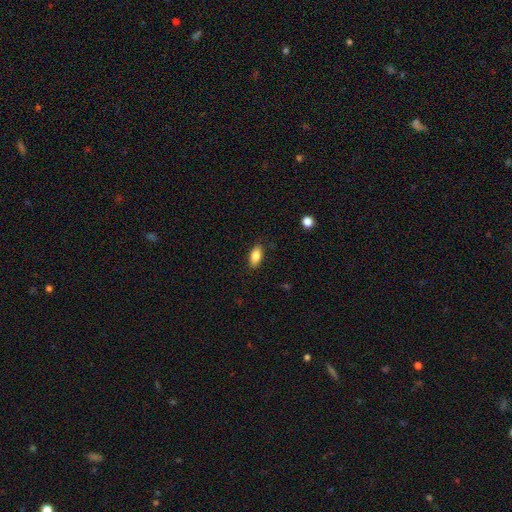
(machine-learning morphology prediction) A smooth galaxy with no disk features (84%) that is in between round and cigar-shaped (88%). Merging: none (85%).